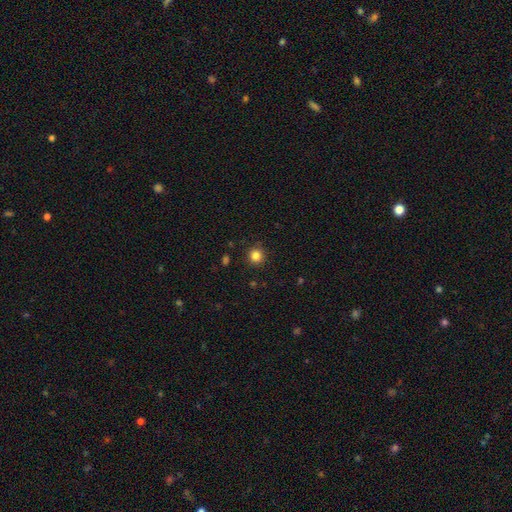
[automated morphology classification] smooth_or_featured: smooth (p=0.84) [alt: star or artifact p=0.12]
how_rounded: round (p=0.93) [alt: in between p=0.06]
merging: none (p=0.89) [alt: minor disturbance p=0.07]